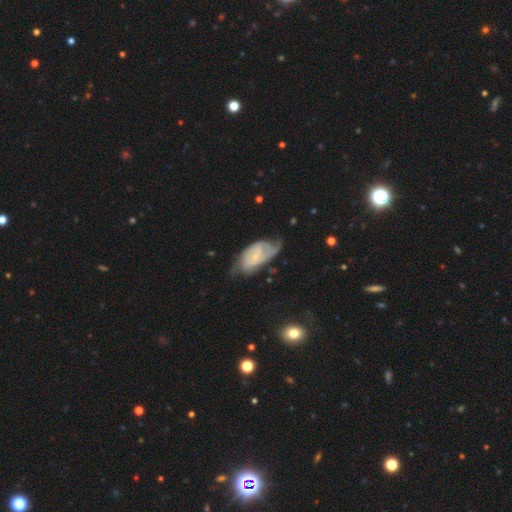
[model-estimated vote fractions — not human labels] This is likely a featured or disk galaxy (75%). It is clearly not viewed edge-on (96%). Bar: possibly no (49%). Spiral arm pattern: clearly yes (91%). Spiral arm count: possibly 2 (54%). Spiral winding: possibly tight (47%). Central bulge: likely small (68%). Merging: possibly none (48%).